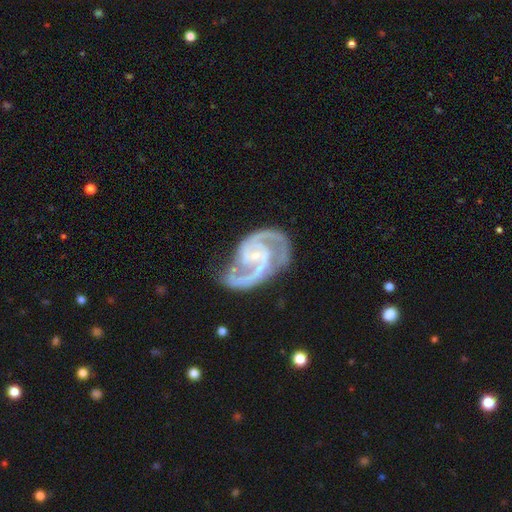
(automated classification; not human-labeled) Q: Smooth or featured?
A: featured or disk (93%); runner-up: star or artifact (4%)
Q: Edge-on disk?
A: no (98%); runner-up: yes (2%)
Q: Bar?
A: no (41%); tied with: weak (41%)
Q: Spiral arms?
A: yes (98%); runner-up: no (2%)
Q: Spiral winding?
A: medium (60%); runner-up: tight (27%)
Q: Spiral arm count?
A: 2 (90%); runner-up: 3 (4%)
Q: Bulge size?
A: small (77%); runner-up: moderate (14%)
Q: Merging?
A: none (64%); runner-up: minor disturbance (21%)